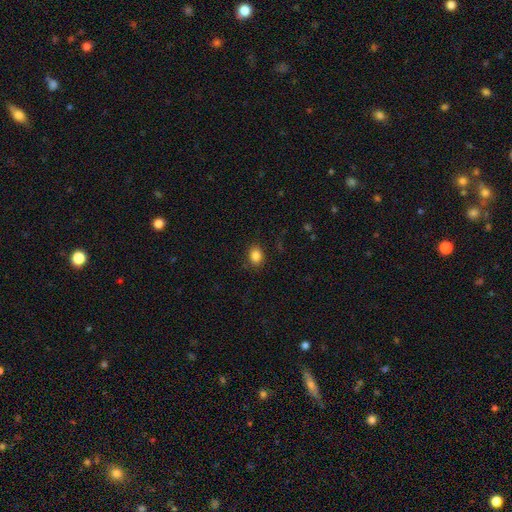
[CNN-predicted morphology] Q: Smooth or featured?
A: smooth (85%); runner-up: star or artifact (10%)
Q: How rounded?
A: in between (50%); runner-up: round (49%)
Q: Merging?
A: none (86%); runner-up: minor disturbance (10%)